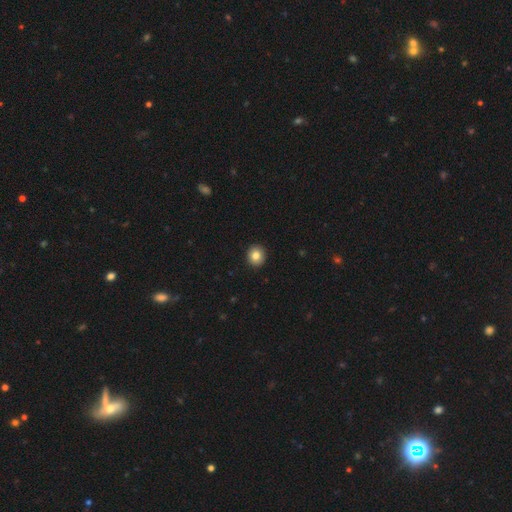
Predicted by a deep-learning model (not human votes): A smooth galaxy with no disk features (82%) that is round (89%). Merging: none (93%).